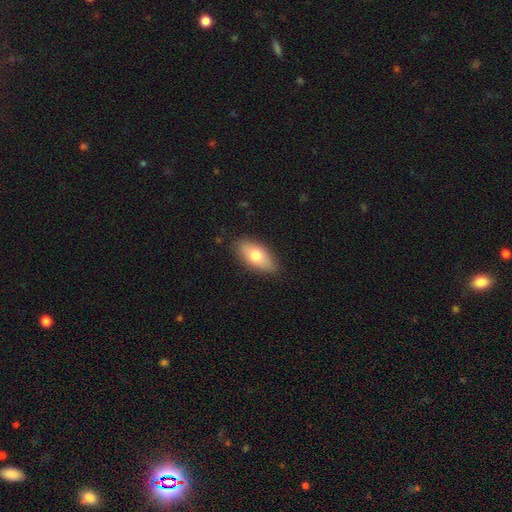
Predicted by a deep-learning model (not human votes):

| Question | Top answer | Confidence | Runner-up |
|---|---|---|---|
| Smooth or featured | smooth | 75% | featured or disk (19%) |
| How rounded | in between | 89% | cigar-shaped (8%) |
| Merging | none | 85% | minor disturbance (12%) |